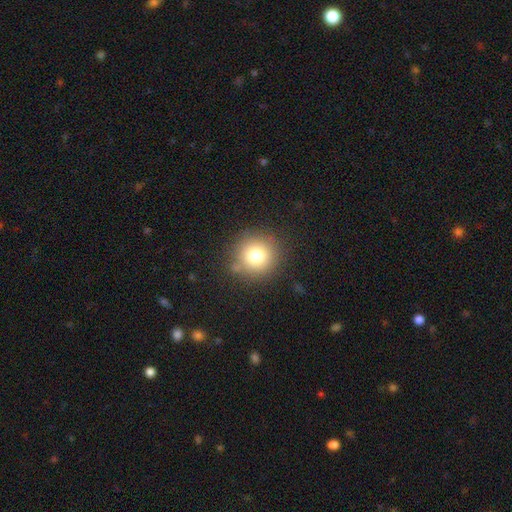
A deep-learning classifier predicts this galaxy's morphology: Q: Smooth or featured?
A: smooth (77%); runner-up: star or artifact (13%)
Q: How rounded?
A: round (93%); runner-up: in between (6%)
Q: Merging?
A: none (84%); runner-up: minor disturbance (10%)